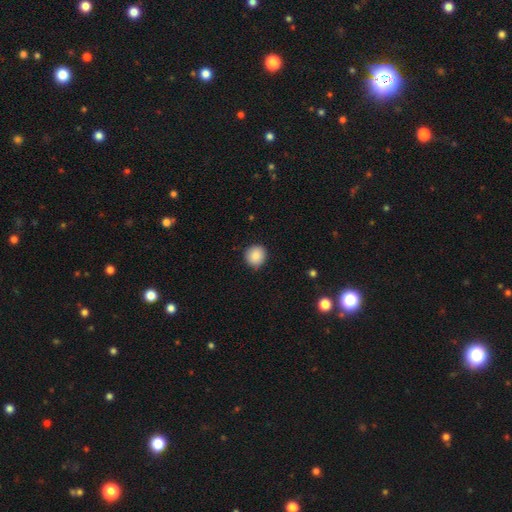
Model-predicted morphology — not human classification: Q: Smooth or featured?
A: smooth (86%); runner-up: star or artifact (8%)
Q: How rounded?
A: round (91%); runner-up: in between (8%)
Q: Merging?
A: none (89%); runner-up: minor disturbance (8%)